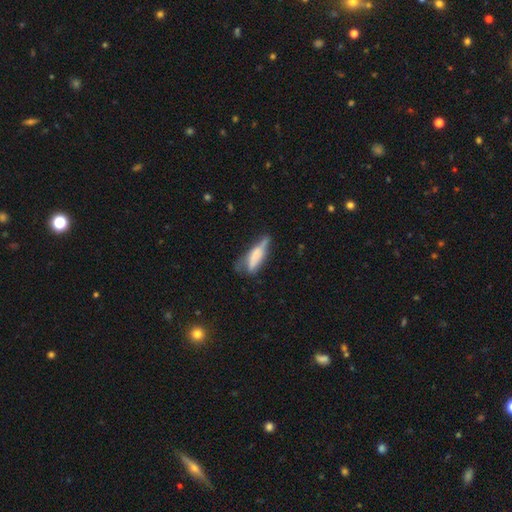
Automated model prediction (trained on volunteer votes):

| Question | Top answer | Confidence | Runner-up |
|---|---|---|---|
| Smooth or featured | smooth | 61% | featured or disk (32%) |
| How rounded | cigar-shaped | 61% | in between (37%) |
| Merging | none | 39% | minor disturbance (36%) |